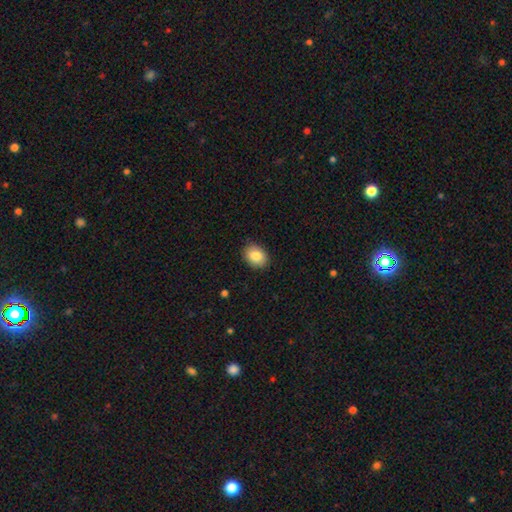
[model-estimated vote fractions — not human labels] A smooth galaxy with no disk features (85%) that is in between round and cigar-shaped (66%). Merging: none (88%).